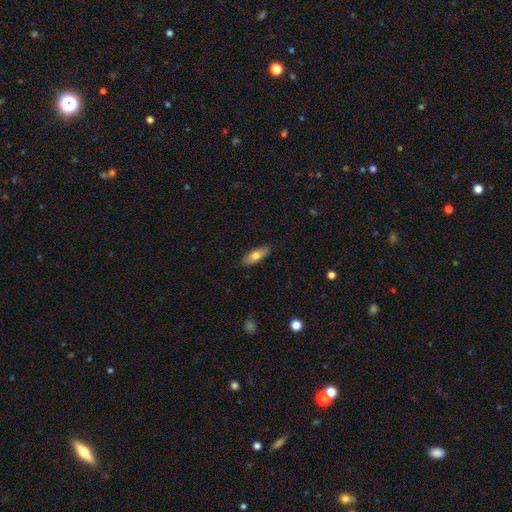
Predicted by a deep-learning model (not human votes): smooth_or_featured: smooth (p=0.71) [alt: featured or disk p=0.22]
how_rounded: in between (p=0.68) [alt: cigar-shaped p=0.29]
merging: none (p=0.86) [alt: minor disturbance p=0.11]